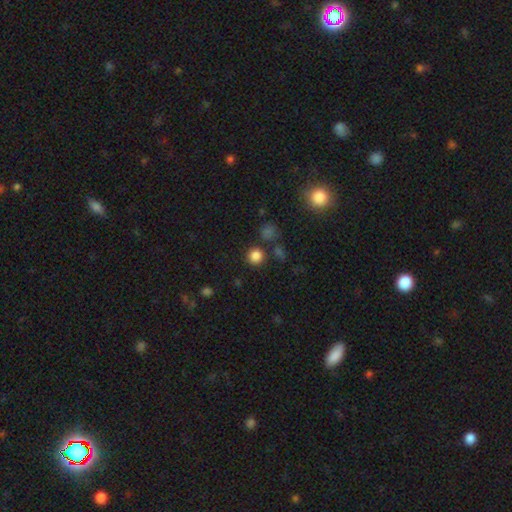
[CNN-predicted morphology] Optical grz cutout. It shows a smooth galaxy with no disk features (83%) that is round (93%). Merging: none (84%).